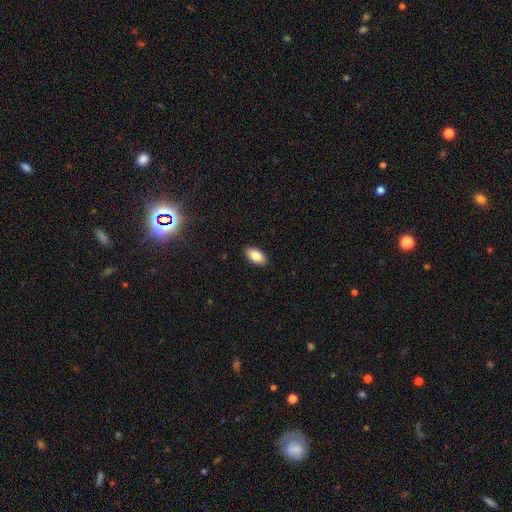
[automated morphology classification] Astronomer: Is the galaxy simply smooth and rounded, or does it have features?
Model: smooth — 84%.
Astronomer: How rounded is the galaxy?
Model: in between — 93%.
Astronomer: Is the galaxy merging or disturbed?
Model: none — 90%.